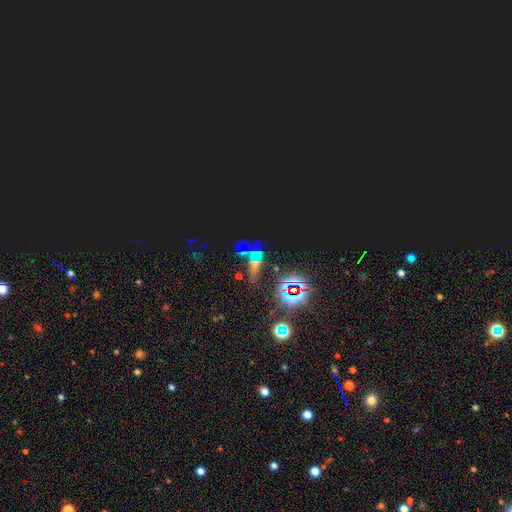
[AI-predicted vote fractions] Smooth or featured? star or artifact (64%)